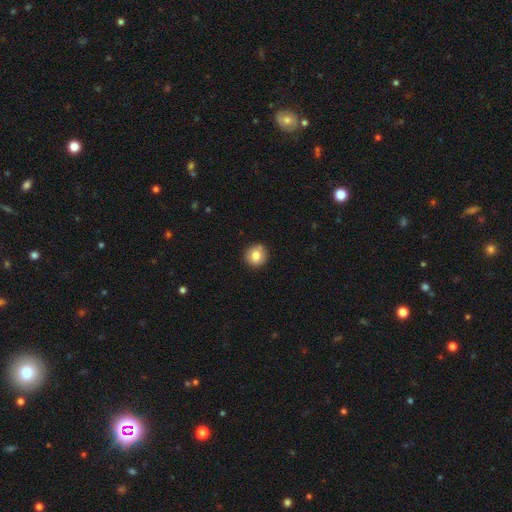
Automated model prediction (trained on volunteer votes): smooth_or_featured: smooth (p=0.81) [alt: featured or disk p=0.10]
how_rounded: round (p=0.93) [alt: in between p=0.06]
merging: none (p=0.87) [alt: minor disturbance p=0.09]